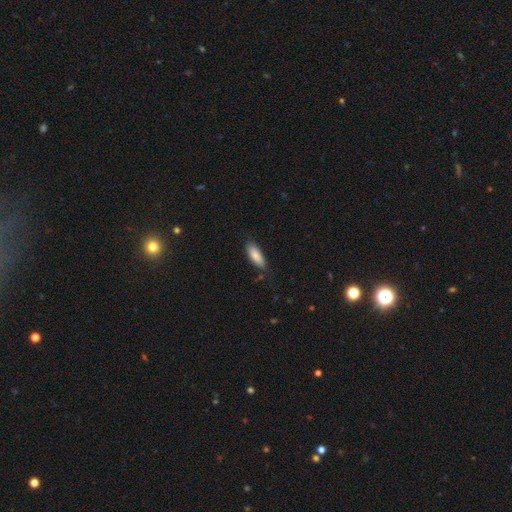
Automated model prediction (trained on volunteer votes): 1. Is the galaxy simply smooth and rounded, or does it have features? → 85% smooth, 9% featured or disk, 6% star or artifact.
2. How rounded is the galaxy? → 65% in between, 33% cigar-shaped, 2% round.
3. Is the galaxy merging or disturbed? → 80% none, 15% minor disturbance, 3% major disturbance, 2% merger.